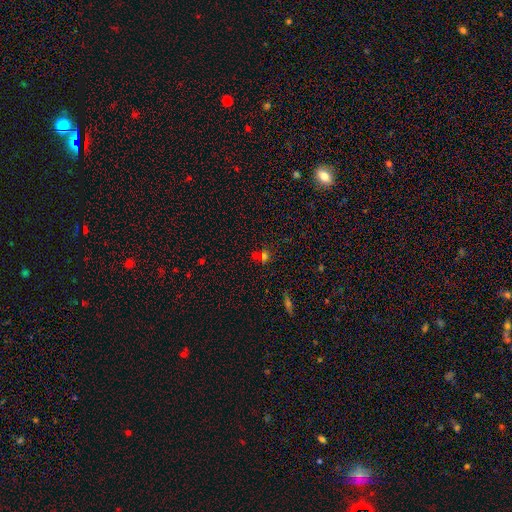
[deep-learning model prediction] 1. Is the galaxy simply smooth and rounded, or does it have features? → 46% smooth, 42% star or artifact, 11% featured or disk.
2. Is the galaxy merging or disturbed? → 64% none, 19% merger, 12% minor disturbance, 6% major disturbance.